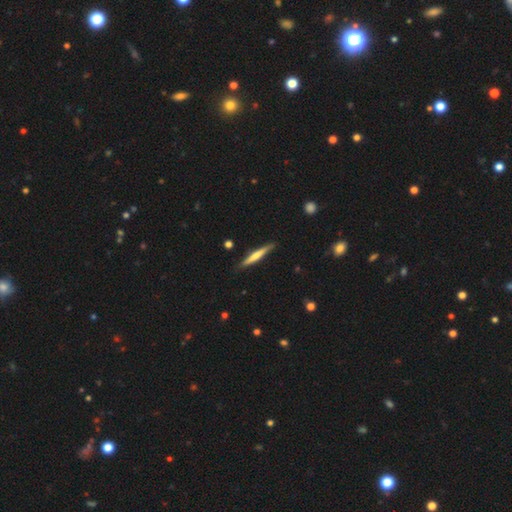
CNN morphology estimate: This is possibly a smooth galaxy (54%). How rounded: clearly cigar-shaped (94%). Merging: clearly none (85%).